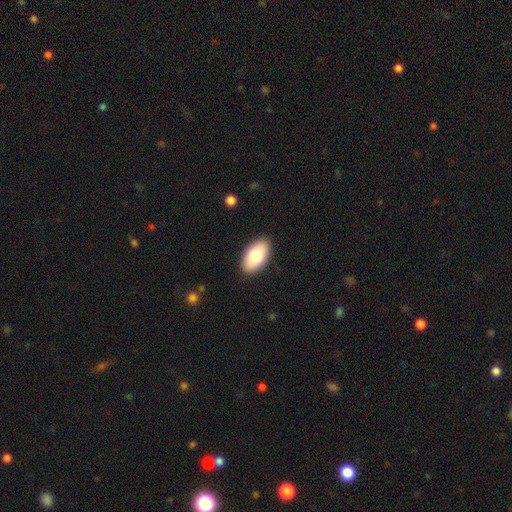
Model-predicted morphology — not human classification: The model was most divided on "smooth or featured": smooth: 77%, featured or disk: 17%, star or artifact: 6%. More confident: how rounded — in between (95%); merging — none (89%).